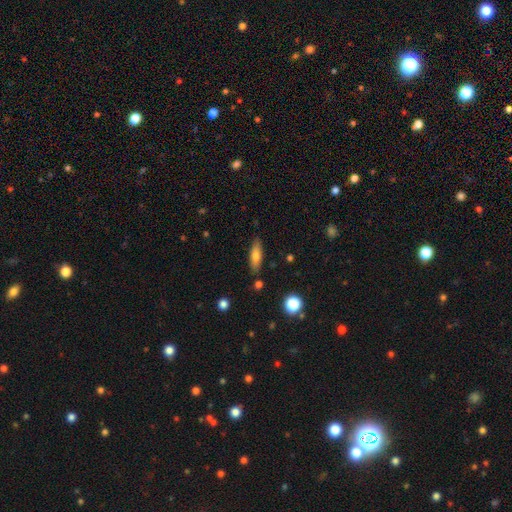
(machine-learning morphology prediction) smooth_or_featured: smooth (p=0.73) [alt: featured or disk p=0.20]
how_rounded: in between (p=0.49) [tied with: cigar-shaped p=0.49]
merging: none (p=0.82) [alt: minor disturbance p=0.12]